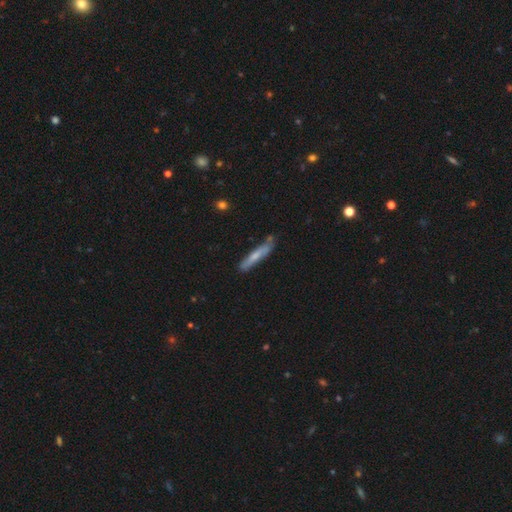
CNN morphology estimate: type=smooth (59%); roundness=cigar-shaped (91%); merging=none (70%).